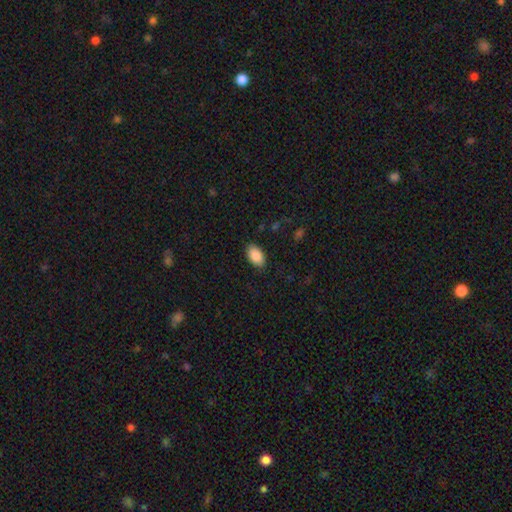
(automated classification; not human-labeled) Smooth or featured?
  - smooth: 89% *
  - star or artifact: 7%
  - featured or disk: 5%
How rounded?
  - in between: 94% *
  - round: 4%
  - cigar-shaped: 2%
Merging?
  - none: 87% *
  - minor disturbance: 9%
  - major disturbance: 2%
  - merger: 1%